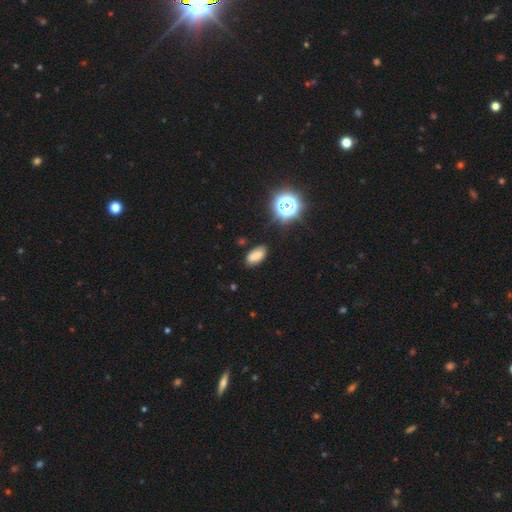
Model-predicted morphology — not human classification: The model was most divided on "smooth or featured": smooth: 72%, star or artifact: 17%, featured or disk: 11%. More confident: how rounded — in between (89%); merging — none (83%).